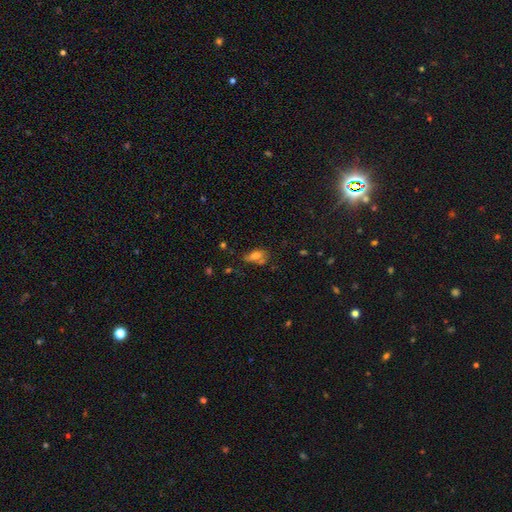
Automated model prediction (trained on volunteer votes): smooth 69%, featured or disk 18%, star or artifact 13%. Down the decision tree: how rounded — in between (78%); merging — none (39%).